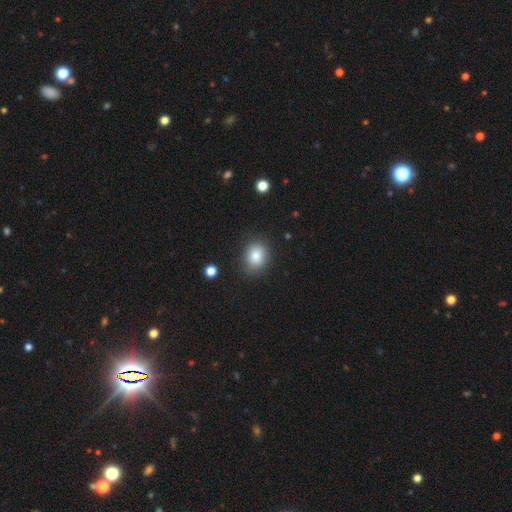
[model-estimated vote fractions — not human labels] Morphology: type=smooth (83%); roundness=round (54%); merging=none (83%).